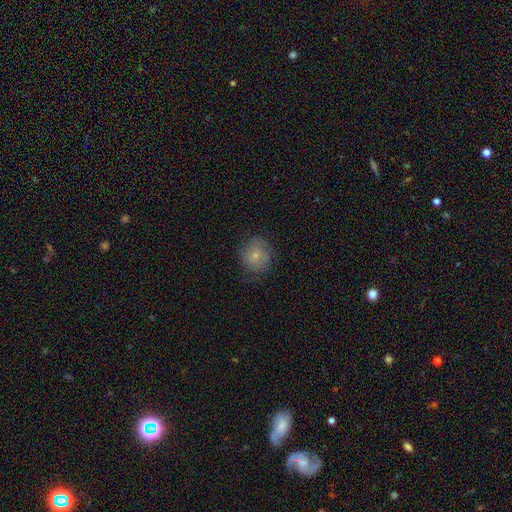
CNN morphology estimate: Smooth or featured? smooth (70%)
How rounded? round (78%)
Merging? none (70%)